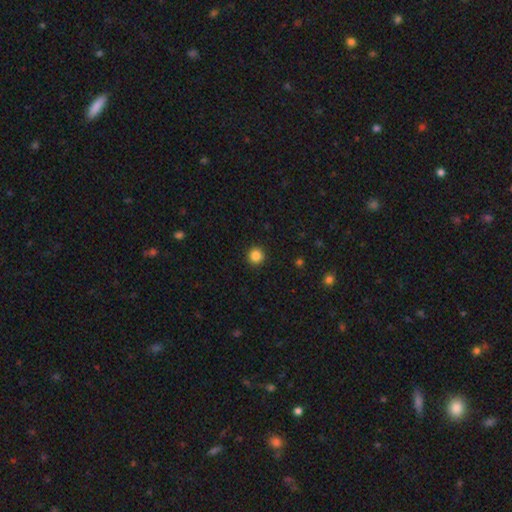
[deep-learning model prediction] This appears to be a smooth galaxy with no disk features (85%) that is round (95%). Merging: none (93%).